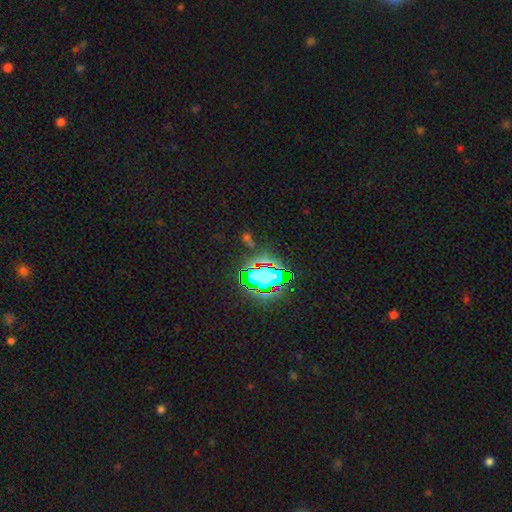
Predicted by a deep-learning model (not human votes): A star or artifact, not a galaxy (81%).